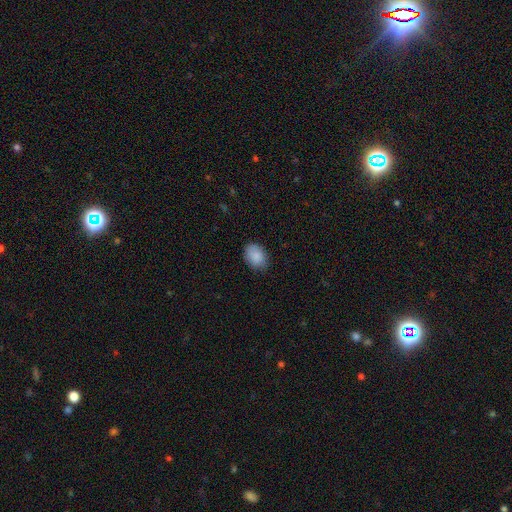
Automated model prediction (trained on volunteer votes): This is clearly a smooth galaxy (88%). How rounded: likely in between (75%). Merging: likely none (79%).